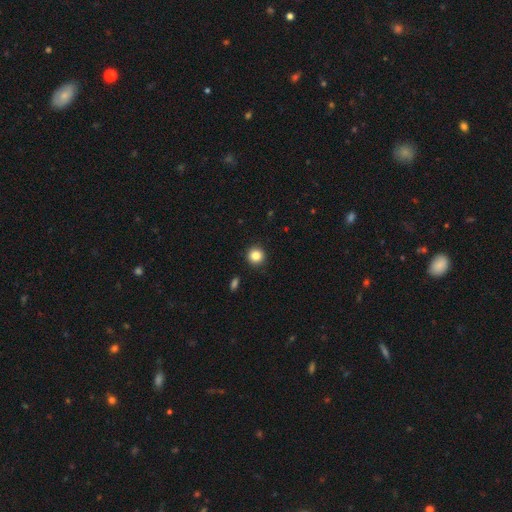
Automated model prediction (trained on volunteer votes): Smooth or featured? smooth (85%)
How rounded? round (94%)
Merging? none (92%)